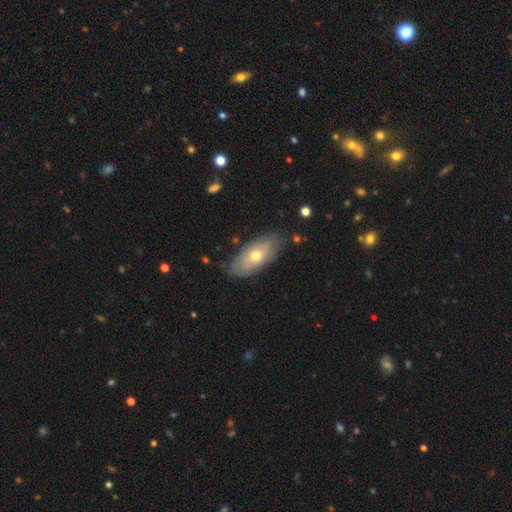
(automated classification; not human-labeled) smooth-or-featured: smooth: 50% | featured or disk: 43% | star or artifact: 7%
  how-rounded: in between: 86% | cigar-shaped: 10% | round: 4%
  merging: none: 80% | minor disturbance: 16% | major disturbance: 3% | merger: 2%